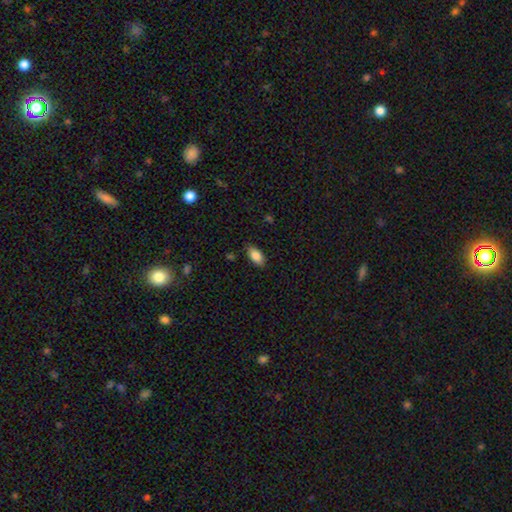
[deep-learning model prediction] smooth_or_featured: smooth (p=0.87) [alt: star or artifact p=0.07]
how_rounded: in between (p=0.92) [alt: cigar-shaped p=0.05]
merging: none (p=0.84) [alt: minor disturbance p=0.12]